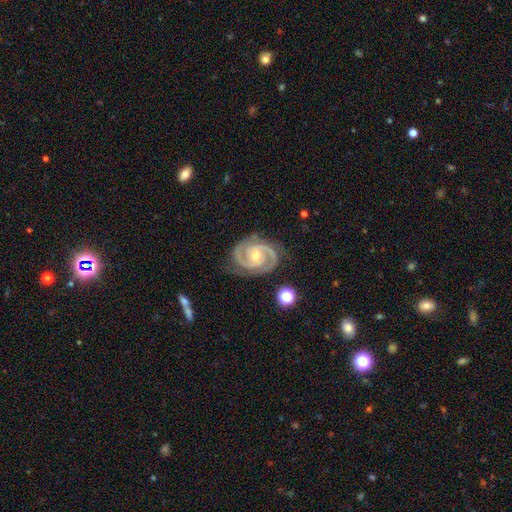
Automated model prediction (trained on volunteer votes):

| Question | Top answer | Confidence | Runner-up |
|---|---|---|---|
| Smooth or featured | featured or disk | 94% | star or artifact (4%) |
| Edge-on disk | no | 98% | yes (2%) |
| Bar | no | 57% | weak (29%) |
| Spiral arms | yes | 99% | no (1%) |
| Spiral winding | tight | 63% | medium (34%) |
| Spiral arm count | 2 | 90% | 3 (5%) |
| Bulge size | small | 49% | moderate (48%) |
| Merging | none | 82% | minor disturbance (13%) |